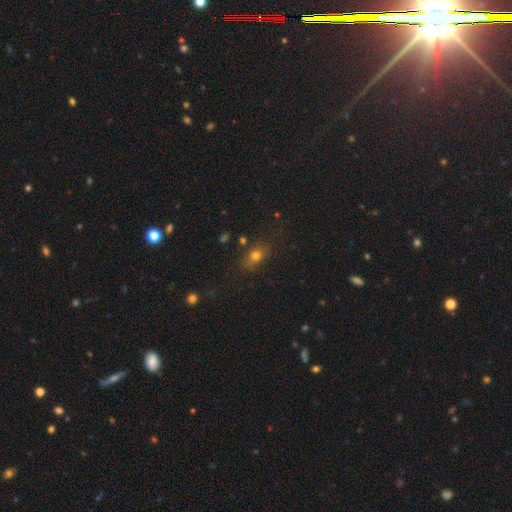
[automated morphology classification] This appears to be a smooth galaxy with no disk features (73%) that is in between round and cigar-shaped (64%). Merging: none (75%).